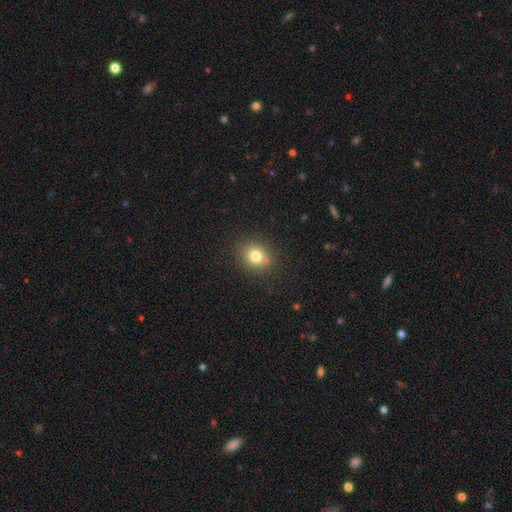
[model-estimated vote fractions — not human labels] This appears to be a smooth galaxy with no disk features (78%) that is round (65%). Merging: none (84%).